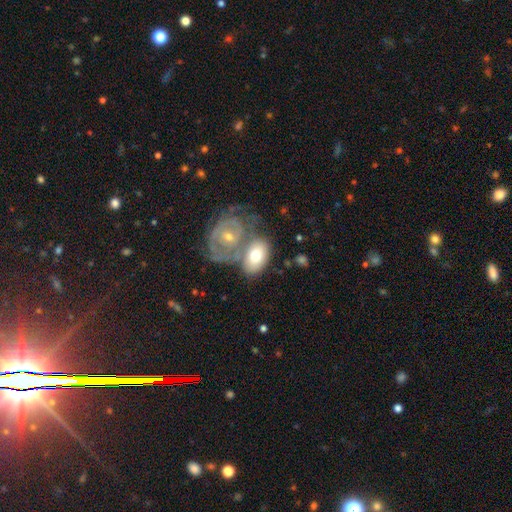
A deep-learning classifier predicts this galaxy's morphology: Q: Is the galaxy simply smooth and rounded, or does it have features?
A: smooth — 52%.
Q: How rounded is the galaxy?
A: in between — 81%.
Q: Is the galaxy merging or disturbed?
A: merger — 48%.